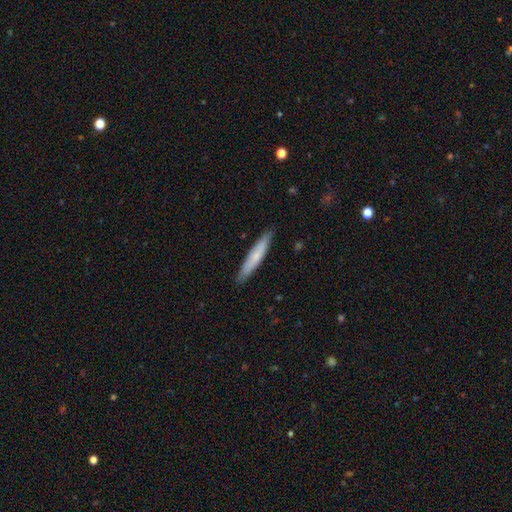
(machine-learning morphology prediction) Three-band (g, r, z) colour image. It shows a smooth galaxy with no disk features (68%) that is cigar-shaped (93%). Merging: none (90%).